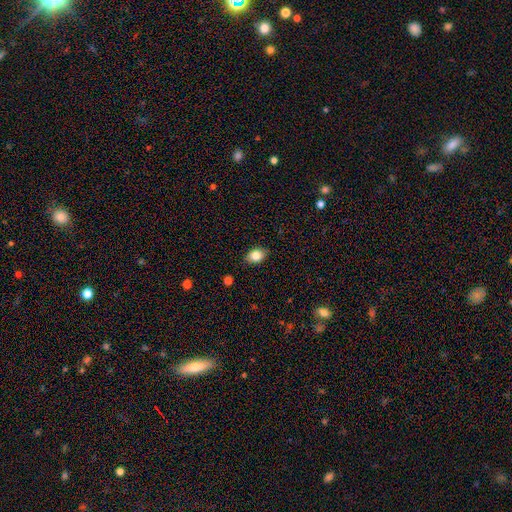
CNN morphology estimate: A smooth galaxy with no disk features (82%) that is in between round and cigar-shaped (76%). Merging: none (85%).